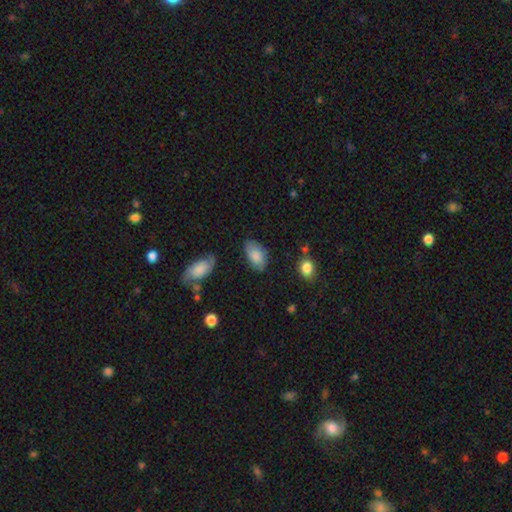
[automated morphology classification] This is likely a smooth galaxy (78%). How rounded: clearly in between (93%). Merging: likely none (71%).